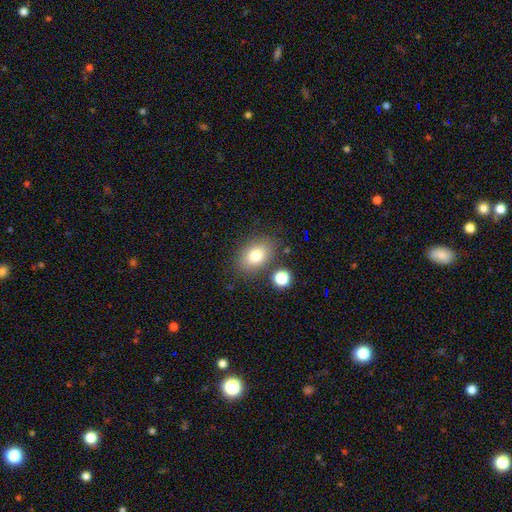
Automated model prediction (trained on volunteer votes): Morphology: type=smooth (79%); roundness=in between (81%); merging=none (79%).